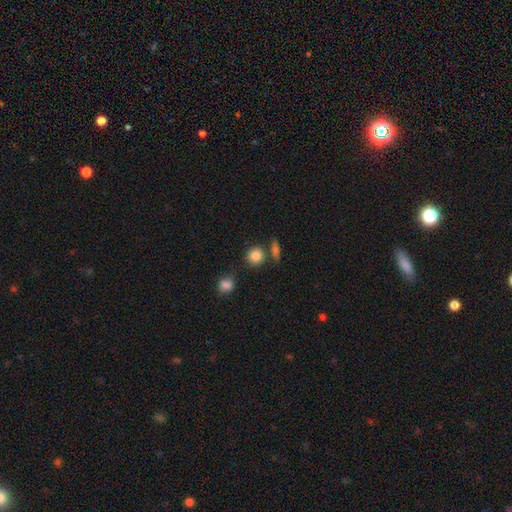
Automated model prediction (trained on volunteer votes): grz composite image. It shows a smooth galaxy with no disk features (84%) that is round (85%). Merging: none (71%).